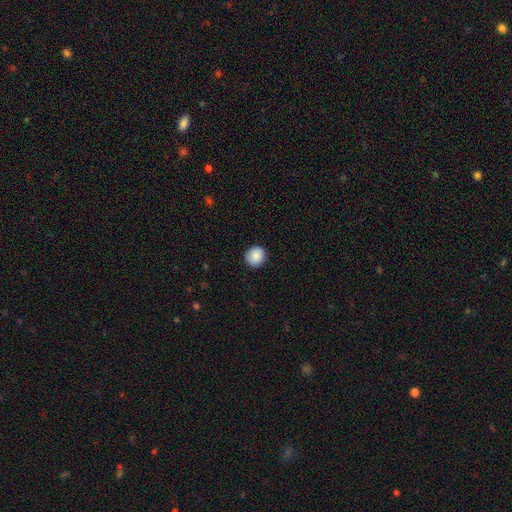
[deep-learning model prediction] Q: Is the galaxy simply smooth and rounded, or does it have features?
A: smooth — 89%.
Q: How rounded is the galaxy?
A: round — 92%.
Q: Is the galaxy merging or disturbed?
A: none — 90%.